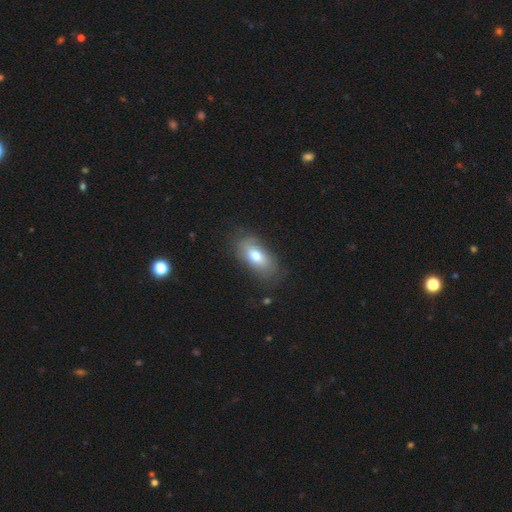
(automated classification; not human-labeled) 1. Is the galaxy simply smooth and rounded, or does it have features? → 70% smooth, 23% featured or disk, 8% star or artifact.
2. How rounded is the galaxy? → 89% in between, 5% cigar-shaped, 5% round.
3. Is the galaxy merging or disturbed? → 75% none, 17% minor disturbance, 6% major disturbance, 2% merger.